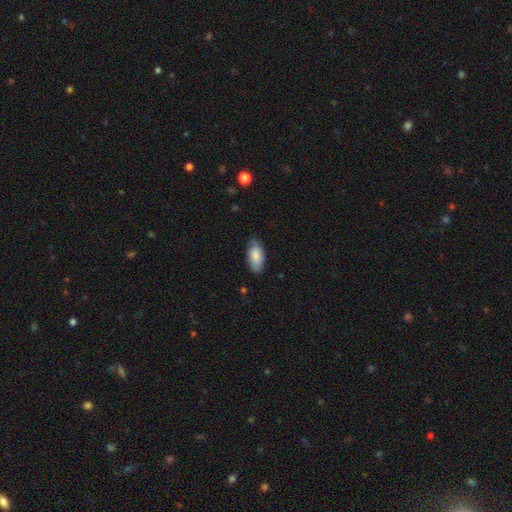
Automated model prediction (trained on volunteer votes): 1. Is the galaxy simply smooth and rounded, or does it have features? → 83% smooth, 11% featured or disk, 6% star or artifact.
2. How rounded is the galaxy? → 91% in between, 7% cigar-shaped, 2% round.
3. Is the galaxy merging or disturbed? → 77% none, 19% minor disturbance, 3% major disturbance, 1% merger.